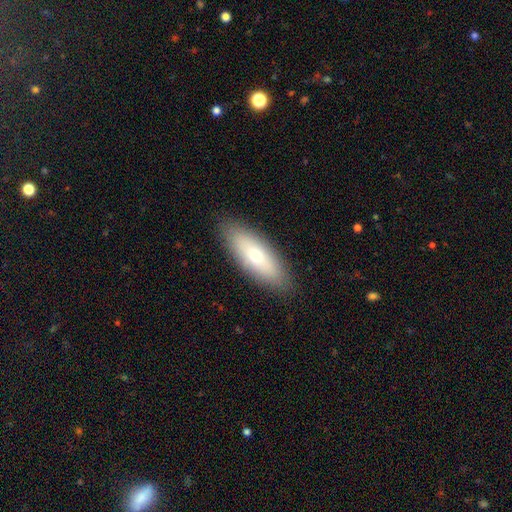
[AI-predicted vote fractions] This is likely a smooth galaxy (65%). How rounded: likely in between (66%). Merging: clearly none (88%).